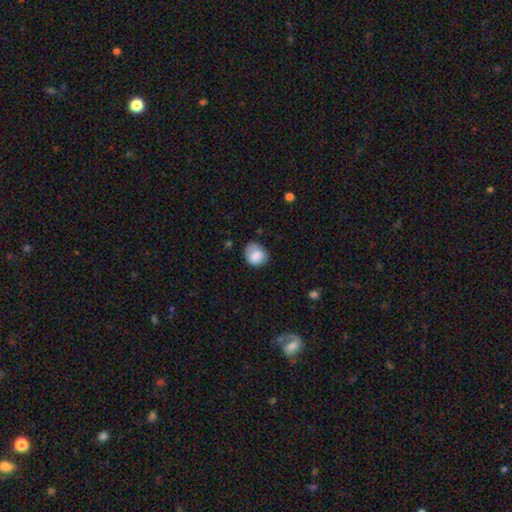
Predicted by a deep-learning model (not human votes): This appears to be a smooth galaxy with no disk features (81%) that is round (58%). Merging: none (58%).